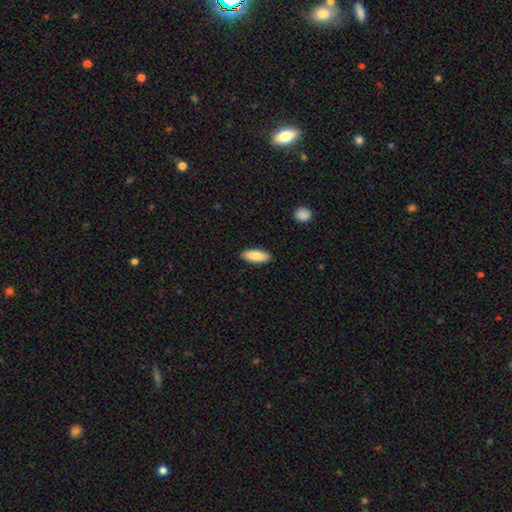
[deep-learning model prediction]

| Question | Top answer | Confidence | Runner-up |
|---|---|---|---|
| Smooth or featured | smooth | 86% | featured or disk (8%) |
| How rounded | in between | 79% | cigar-shaped (20%) |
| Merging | none | 89% | minor disturbance (8%) |